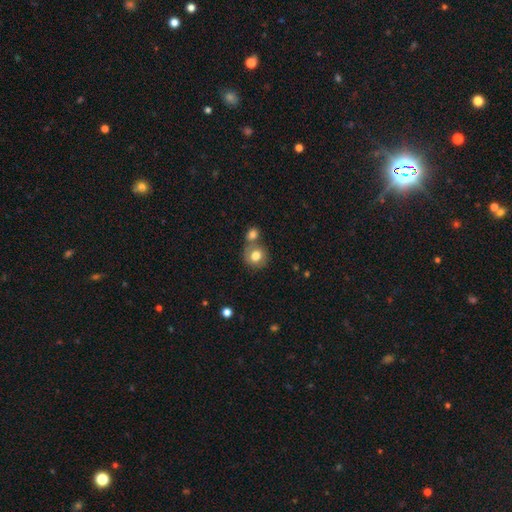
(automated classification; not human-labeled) This is likely a smooth galaxy (78%). How rounded: clearly round (81%). Merging: possibly none (52%).